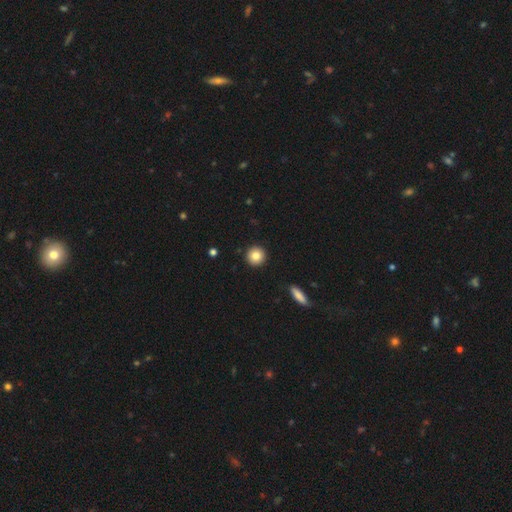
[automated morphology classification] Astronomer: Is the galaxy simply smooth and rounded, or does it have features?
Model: smooth — 84%.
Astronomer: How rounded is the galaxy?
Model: round — 95%.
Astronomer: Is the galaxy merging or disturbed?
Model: none — 93%.